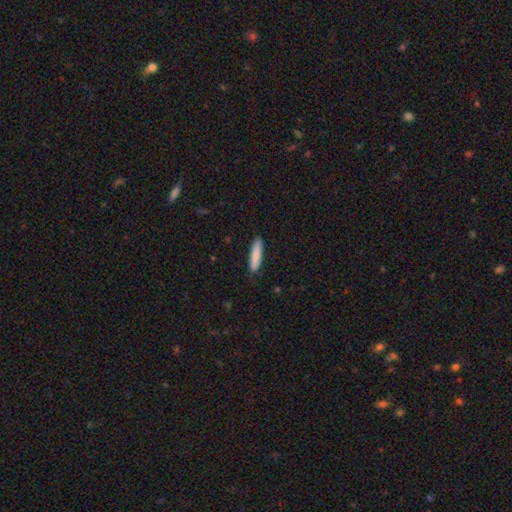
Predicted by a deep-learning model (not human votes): This appears to be a smooth galaxy with no disk features (84%) that is cigar-shaped (84%). Merging: none (87%).